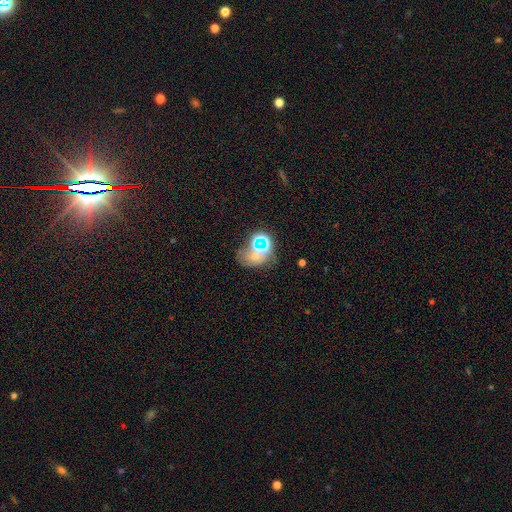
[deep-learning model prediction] smooth-or-featured: star or artifact: 42% | smooth: 30% | featured or disk: 27%